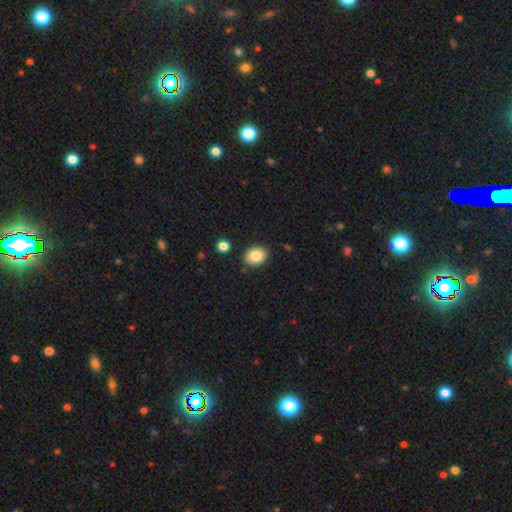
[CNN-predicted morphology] A smooth galaxy with no disk features (84%) that is round (50%). Merging: none (87%).